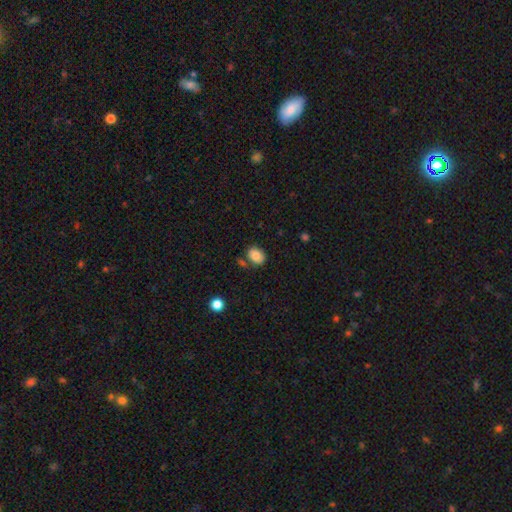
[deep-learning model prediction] This appears to be a smooth galaxy with no disk features (86%) that is in between round and cigar-shaped (70%). Merging: none (71%).